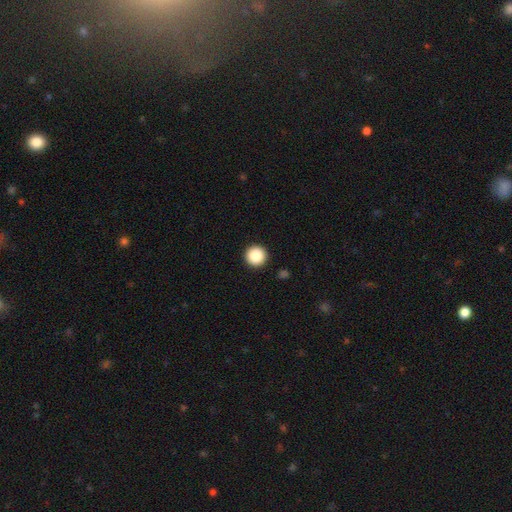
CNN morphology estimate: Overall: smooth (87%). How rounded: round (97%). Merging: none (93%).